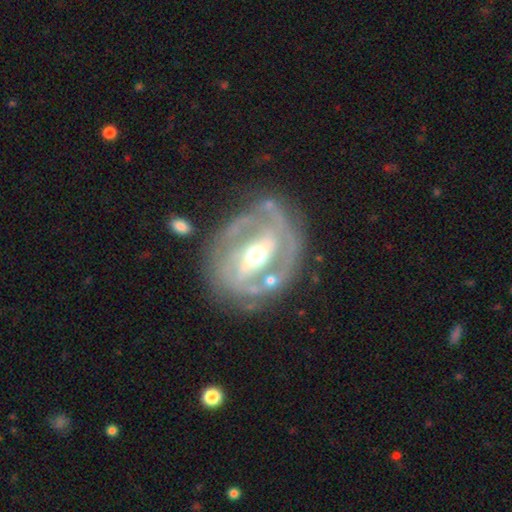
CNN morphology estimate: Q: Smooth or featured?
A: featured or disk (85%); runner-up: smooth (10%)
Q: Edge-on disk?
A: no (94%); runner-up: yes (6%)
Q: Bar?
A: strong (61%); runner-up: weak (26%)
Q: Spiral arms?
A: yes (78%); runner-up: no (22%)
Q: Spiral winding?
A: tight (54%); runner-up: medium (33%)
Q: Spiral arm count?
A: 2 (61%); runner-up: can't tell (19%)
Q: Bulge size?
A: moderate (70%); runner-up: small (22%)
Q: Merging?
A: none (70%); runner-up: minor disturbance (18%)